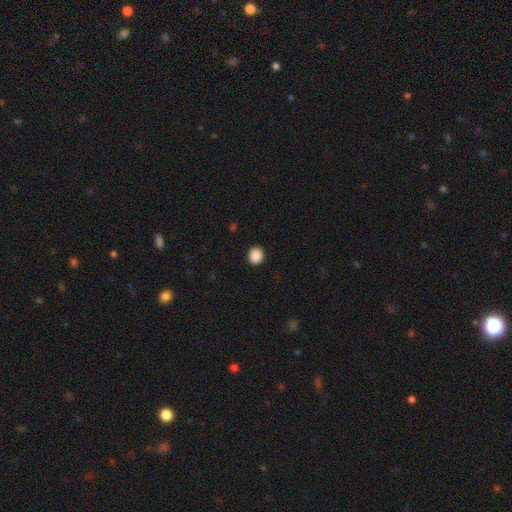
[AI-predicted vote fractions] smooth-or-featured: smooth: 89% | star or artifact: 9% | featured or disk: 2%
  how-rounded: round: 84% | in between: 15% | cigar-shaped: 1%
  merging: none: 92% | minor disturbance: 5% | major disturbance: 2% | merger: 1%